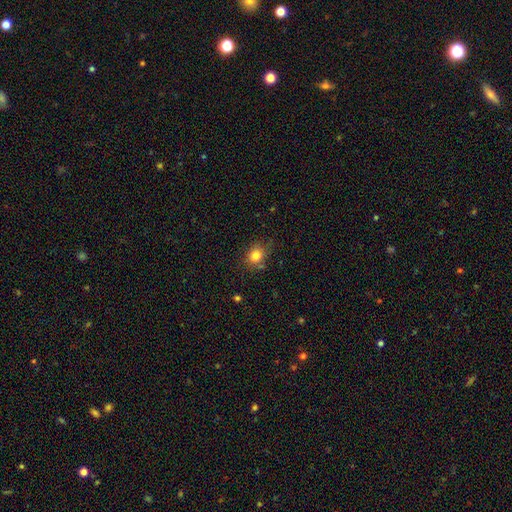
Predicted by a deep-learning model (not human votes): Smooth or featured? smooth (81%)
How rounded? round (62%)
Merging? none (75%)